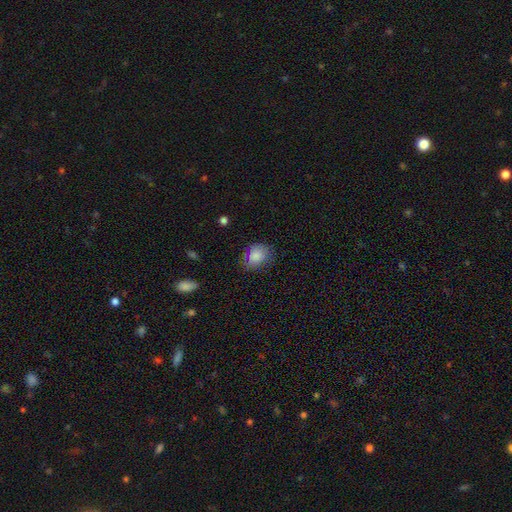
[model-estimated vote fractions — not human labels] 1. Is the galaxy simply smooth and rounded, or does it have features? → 82% smooth, 9% star or artifact, 8% featured or disk.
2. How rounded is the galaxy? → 56% in between, 43% round, 1% cigar-shaped.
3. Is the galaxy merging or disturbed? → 73% none, 20% minor disturbance, 6% major disturbance, 1% merger.